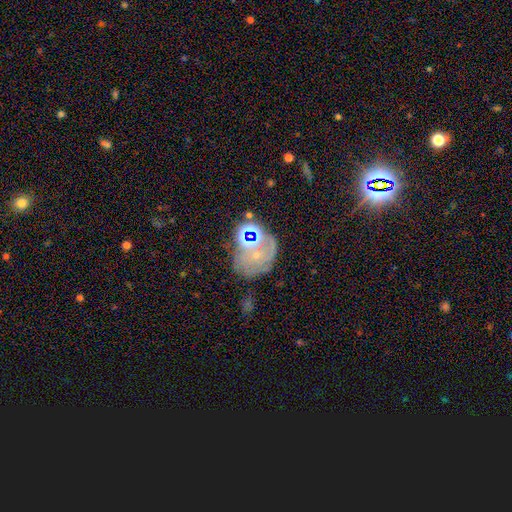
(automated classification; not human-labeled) This is marginally a featured or disk galaxy (43%). Merging: likely none (61%).